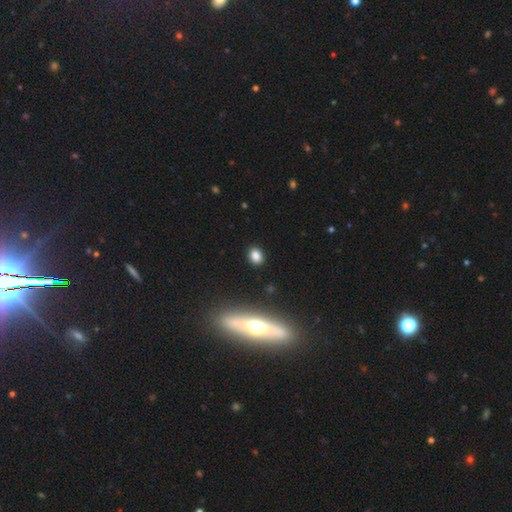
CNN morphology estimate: type=smooth (82%); roundness=in between (55%); merging=none (89%).